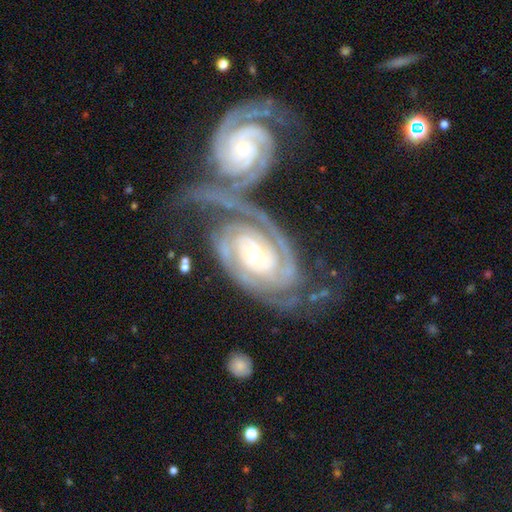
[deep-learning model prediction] smooth-or-featured: featured or disk: 92% | smooth: 4% | star or artifact: 4%
  disk-edge-on: no: 97% | yes: 3%
    bar: no: 62% | weak: 23% | strong: 15%
    has-spiral-arms: yes: 98% | no: 2%
      spiral-winding: tight: 79% | medium: 18% | loose: 3%
      spiral-arm-count: 2: 66% | 3: 12% | can't tell: 10% | 4: 4% | 1: 4% | more than 4: 4%
    bulge-size: small: 65% | moderate: 26% | large: 5% | none: 2% | dominant: 2%
  merging: merger: 40% | none: 36% | minor disturbance: 13% | major disturbance: 11%